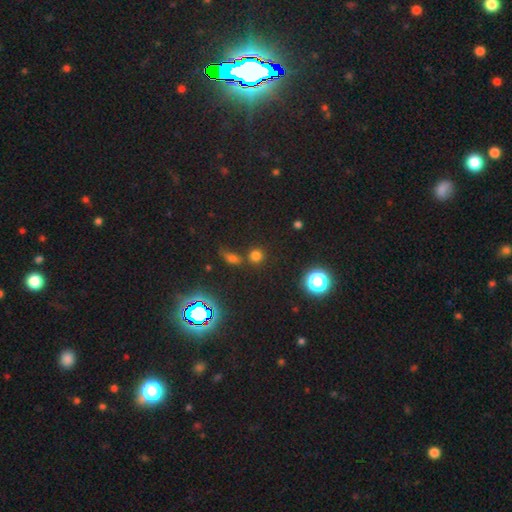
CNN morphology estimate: Smooth or featured: smooth — 67% (star or artifact — 27%)
How rounded: round — 87% (in between — 11%)
Merging: none — 71% (merger — 16%)